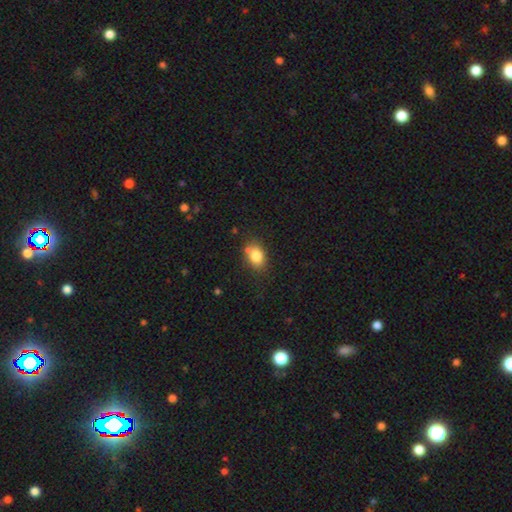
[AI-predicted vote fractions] The model was most divided on "how rounded": in between: 69%, round: 30%, cigar-shaped: 1%. More confident: smooth or featured — smooth (81%); merging — none (69%).